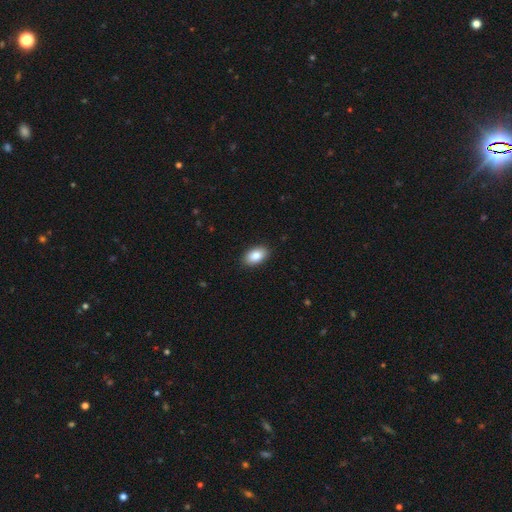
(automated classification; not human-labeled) A smooth galaxy with no disk features (86%) that is in between round and cigar-shaped (93%). Merging: none (89%).